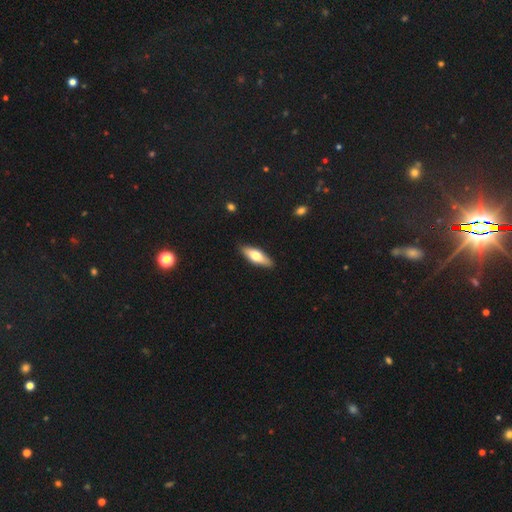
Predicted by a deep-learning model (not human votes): smooth 63%, featured or disk 32%, star or artifact 5%. Down the decision tree: how rounded — in between (57%); merging — none (87%).